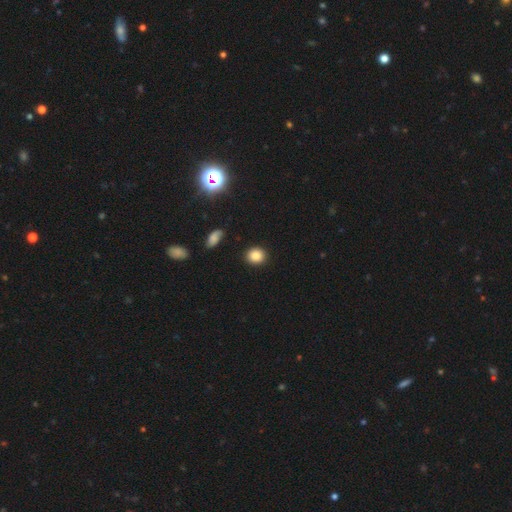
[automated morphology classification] Overall: smooth (85%). How rounded: round (76%). Merging: none (90%).